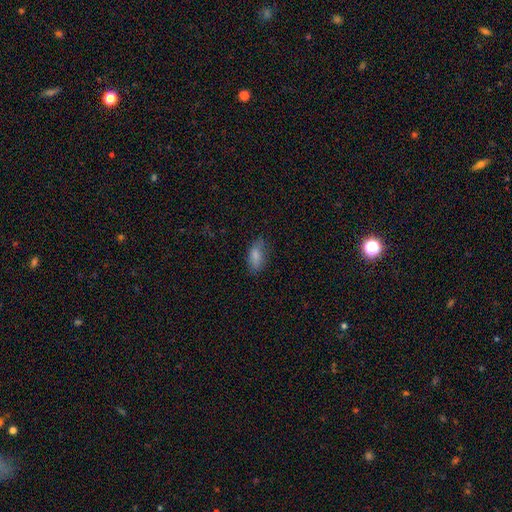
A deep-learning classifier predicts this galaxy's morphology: A smooth galaxy with no disk features (83%) that is in between round and cigar-shaped (88%). Merging: none (74%).